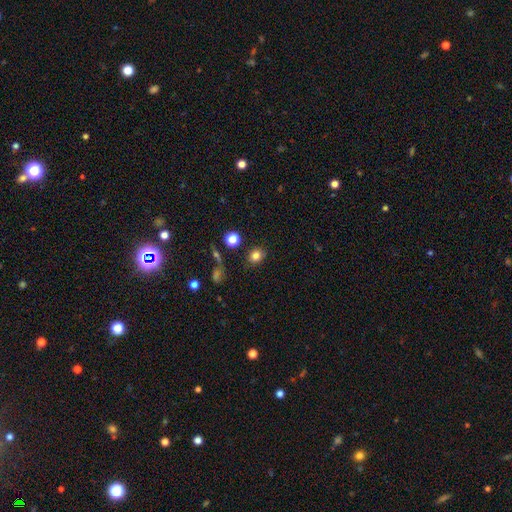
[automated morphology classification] The model was most divided on "how rounded": round: 66%, in between: 33%, cigar-shaped: 1%. More confident: merging — none (83%); smooth or featured — smooth (80%).